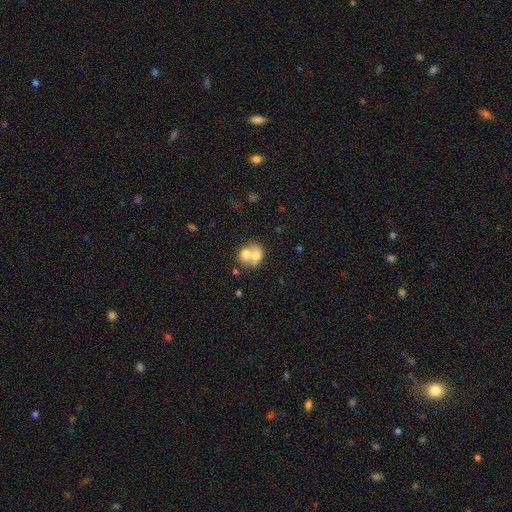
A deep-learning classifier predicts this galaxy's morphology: smooth_or_featured: smooth (p=0.64) [alt: featured or disk p=0.27]
how_rounded: round (p=0.56) [alt: in between p=0.43]
merging: merger (p=0.69) [alt: none p=0.20]